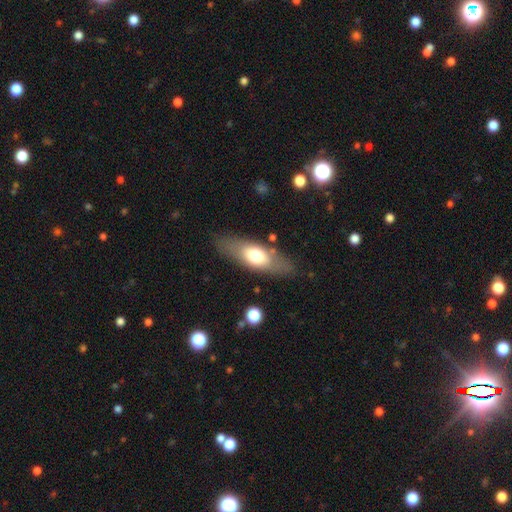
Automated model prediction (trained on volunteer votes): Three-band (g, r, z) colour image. It shows a smooth galaxy with no disk features (60%) that is in between round and cigar-shaped (68%). Merging: none (81%).